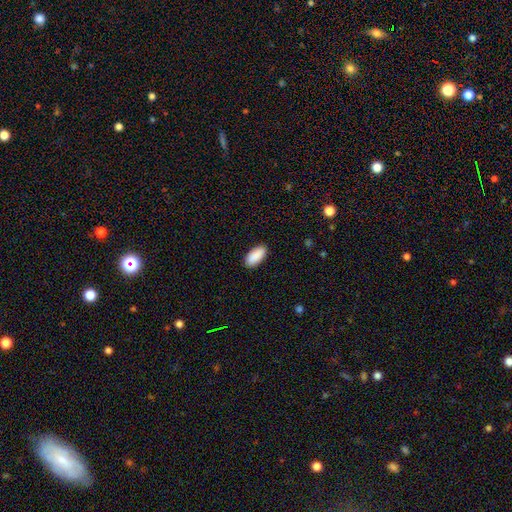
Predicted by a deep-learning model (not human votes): Smooth or featured? smooth (91%)
How rounded? in between (91%)
Merging? none (90%)